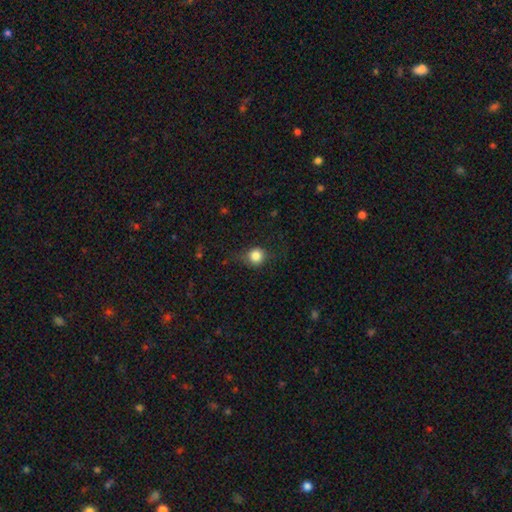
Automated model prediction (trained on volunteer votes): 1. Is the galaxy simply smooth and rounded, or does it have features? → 81% smooth, 11% star or artifact, 9% featured or disk.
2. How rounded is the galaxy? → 88% round, 10% in between, 1% cigar-shaped.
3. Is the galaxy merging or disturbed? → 72% none, 19% minor disturbance, 7% major disturbance, 1% merger.